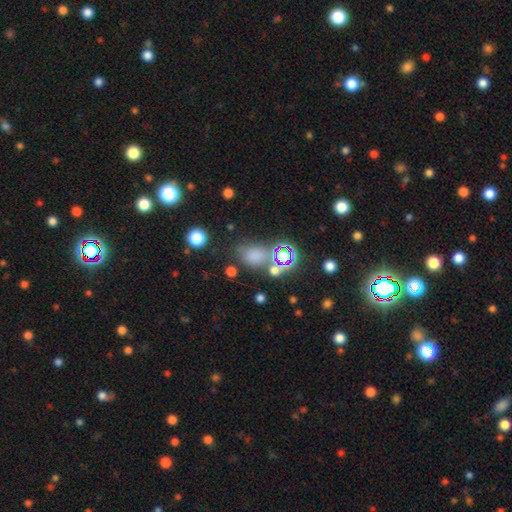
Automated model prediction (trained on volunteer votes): Morphology: type=smooth (62%); roundness=in between (66%); merging=none (58%).